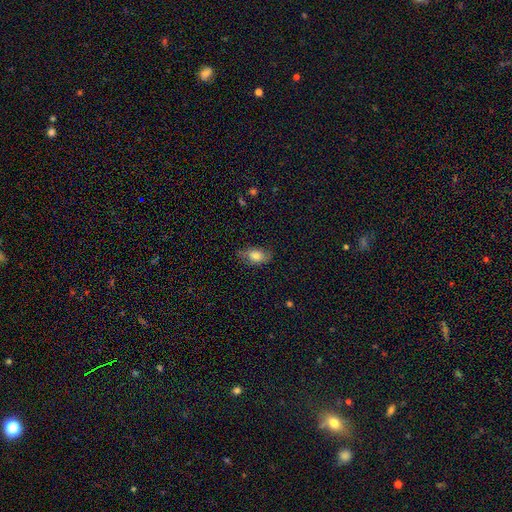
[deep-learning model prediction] The model was most divided on "merging": none: 69%, minor disturbance: 24%, major disturbance: 6%, merger: 1%. More confident: how rounded — in between (88%); smooth or featured — smooth (73%).